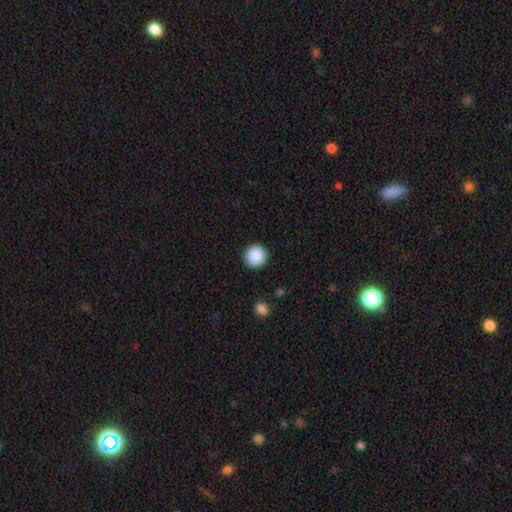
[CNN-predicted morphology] smooth 89%, star or artifact 8%, featured or disk 3%. Down the decision tree: how rounded — round (96%); merging — none (93%).